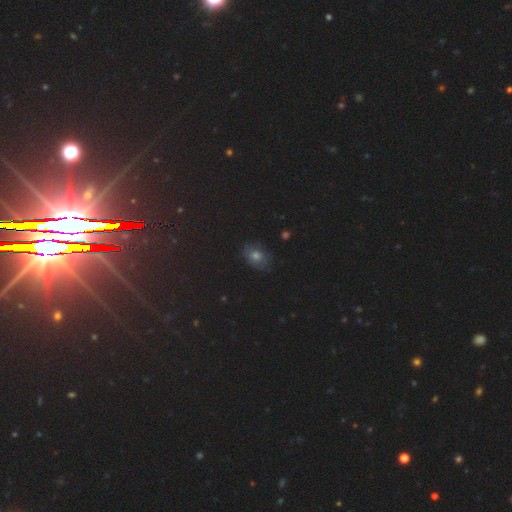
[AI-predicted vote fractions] Q: Smooth or featured?
A: smooth (58%); runner-up: star or artifact (32%)
Q: How rounded?
A: in between (61%); runner-up: round (37%)
Q: Merging?
A: none (83%); runner-up: minor disturbance (12%)